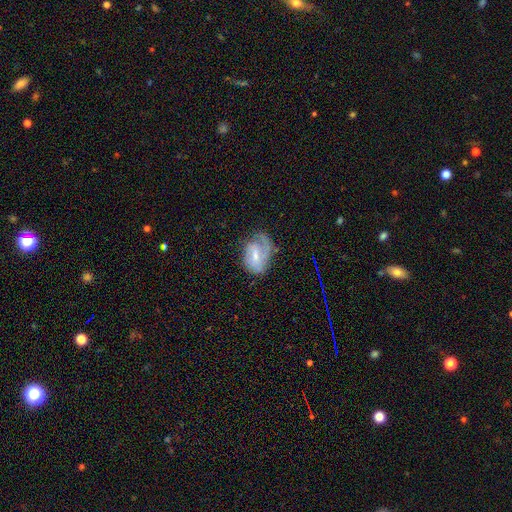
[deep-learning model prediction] Smooth or featured?
  - featured or disk: 64% *
  - smooth: 29%
  - star or artifact: 7%
Edge-on disk?
  - no: 96% *
  - yes: 4%
Bar?
  - weak: 55% *
  - no: 29%
  - strong: 17%
Spiral arms?
  - yes: 81% *
  - no: 19%
Bulge size?
  - small: 48% *
  - moderate: 38%
  - none: 9%
  - large: 3%
  - dominant: 1%
Merging?
  - none: 45% *
  - minor disturbance: 29%
  - major disturbance: 23%
  - merger: 3%